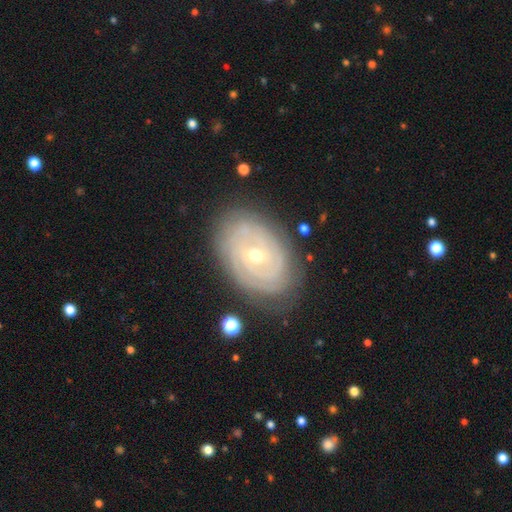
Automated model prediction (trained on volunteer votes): Smooth or featured? featured or disk (83%)
Edge-on disk? no (96%)
Bar? no (53%)
Spiral arms? yes (92%)
Spiral winding? tight (83%)
Spiral arm count? can't tell (40%)
Bulge size? small (58%)
Merging? none (78%)